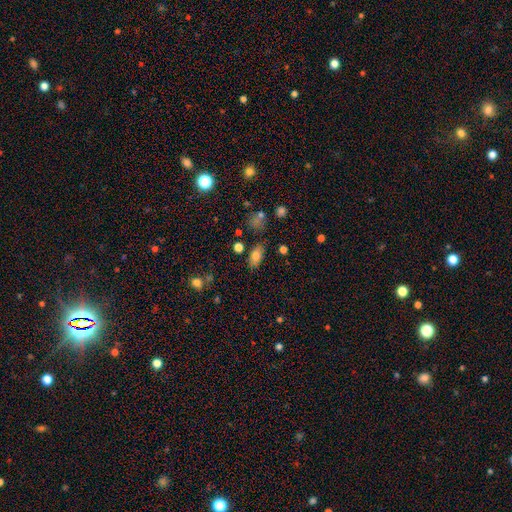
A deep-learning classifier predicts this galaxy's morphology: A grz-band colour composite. It shows a smooth galaxy with no disk features (77%) that is in between round and cigar-shaped (88%). Merging: none (78%).